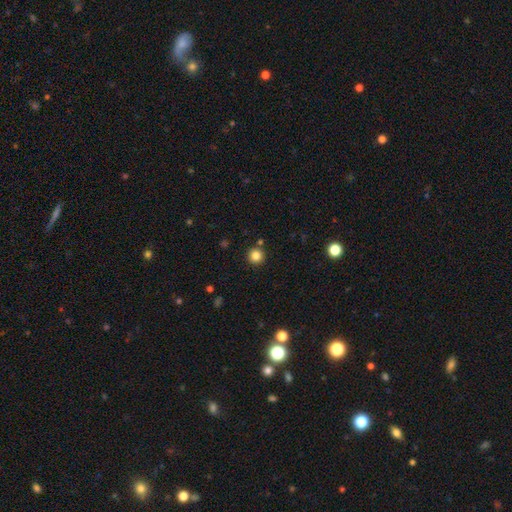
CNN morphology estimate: smooth 84%, star or artifact 12%, featured or disk 5%. Down the decision tree: how rounded — round (95%); merging — none (88%).